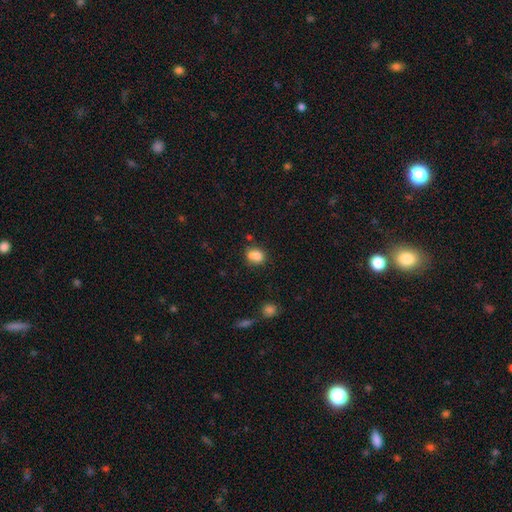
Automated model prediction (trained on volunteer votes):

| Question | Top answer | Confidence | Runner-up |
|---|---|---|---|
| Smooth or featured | smooth | 76% | featured or disk (13%) |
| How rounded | round | 66% | in between (33%) |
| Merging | none | 42% | merger (39%) |